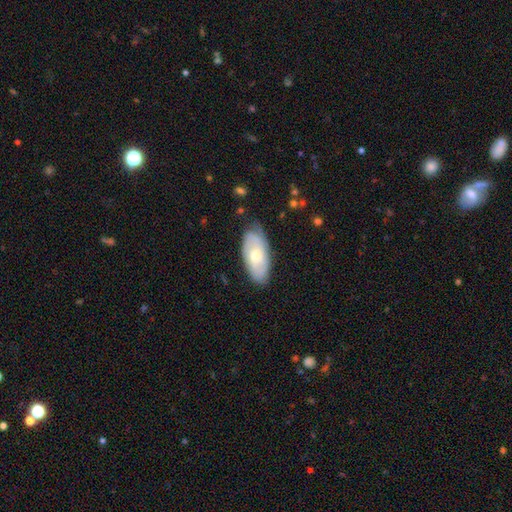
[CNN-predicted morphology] The model was most divided on "smooth or featured": smooth: 51%, featured or disk: 42%, star or artifact: 6%. More confident: how rounded — in between (90%); merging — none (76%).